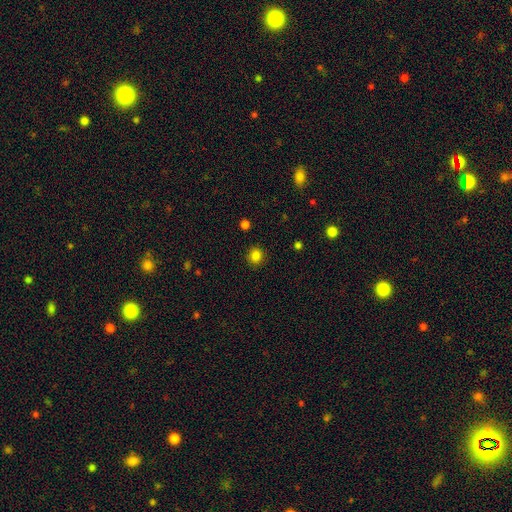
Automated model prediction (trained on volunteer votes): Smooth or featured?
  - smooth: 83% *
  - star or artifact: 13%
  - featured or disk: 4%
How rounded?
  - round: 86% *
  - in between: 13%
  - cigar-shaped: 1%
Merging?
  - none: 90% *
  - minor disturbance: 6%
  - major disturbance: 2%
  - merger: 1%